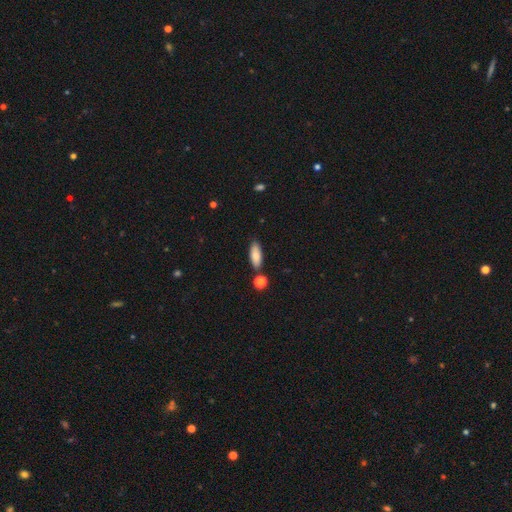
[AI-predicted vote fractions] A smooth galaxy with no disk features (84%) that is in between round and cigar-shaped (75%). Merging: none (80%).